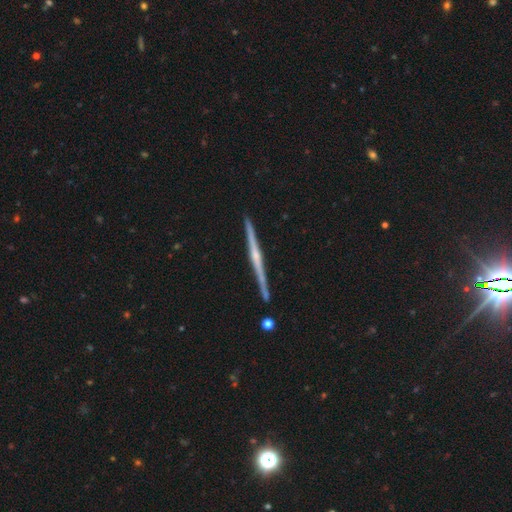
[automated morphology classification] smooth-or-featured: featured or disk: 82% | smooth: 13% | star or artifact: 5%
  disk-edge-on: yes: 99% | no: 1%
    edge-on-bulge: rounded: 64% | none: 25% | boxy: 11%
  merging: none: 90% | minor disturbance: 7% | merger: 2% | major disturbance: 1%